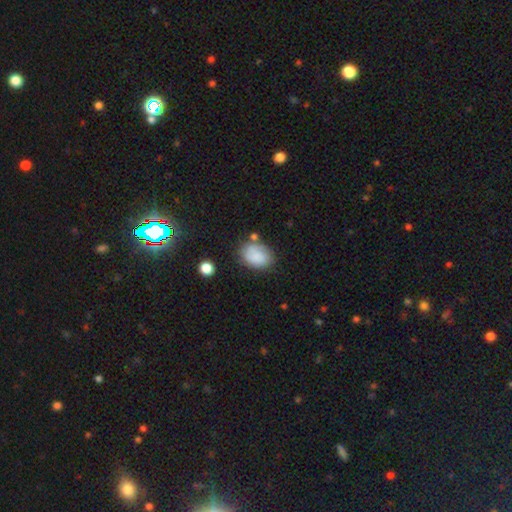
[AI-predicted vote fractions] smooth-or-featured: smooth: 76% | featured or disk: 16% | star or artifact: 9%
  how-rounded: in between: 74% | round: 25% | cigar-shaped: 1%
  merging: none: 60% | minor disturbance: 23% | merger: 9% | major disturbance: 8%